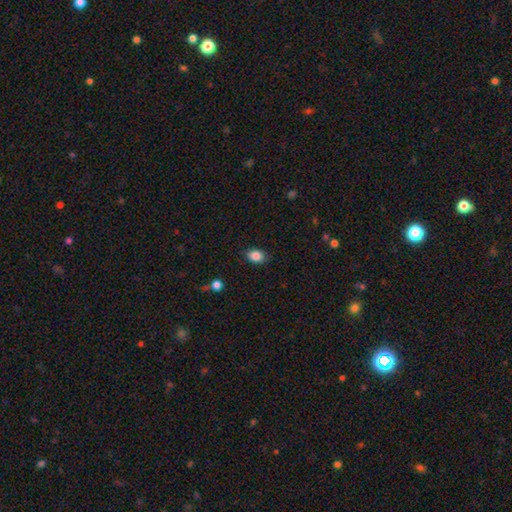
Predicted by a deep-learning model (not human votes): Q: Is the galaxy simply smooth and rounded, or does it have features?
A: smooth — 85%.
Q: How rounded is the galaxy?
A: in between — 70%.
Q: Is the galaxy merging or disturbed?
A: none — 83%.